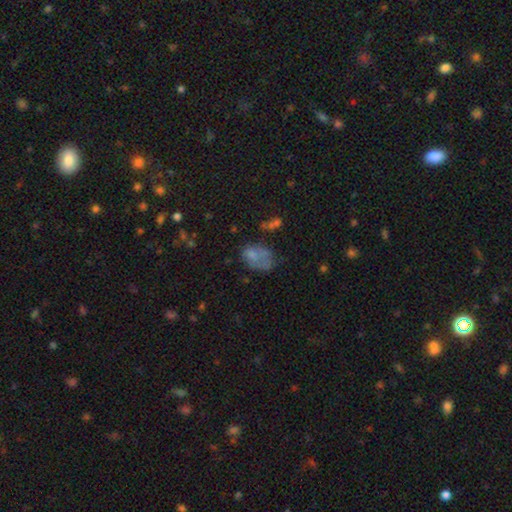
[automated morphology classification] A smooth galaxy with no disk features (61%) that is in between round and cigar-shaped (81%). Merging: none (32%).